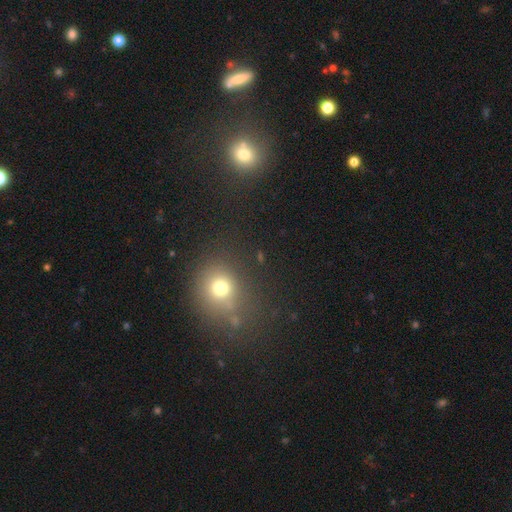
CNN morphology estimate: Smooth or featured? smooth (53%)
How rounded? round (77%)
Merging? none (69%)